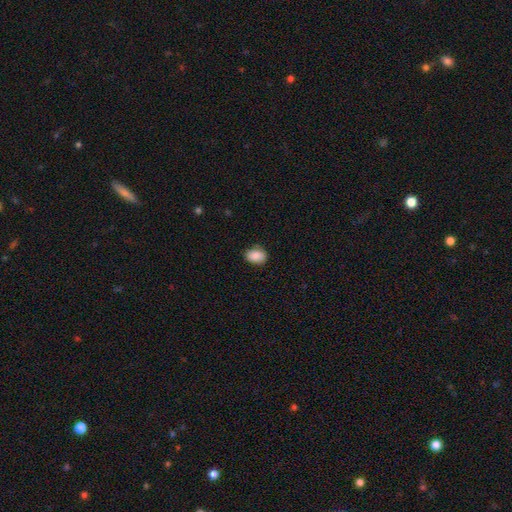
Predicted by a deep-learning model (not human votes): This is clearly a smooth galaxy (88%). How rounded: likely in between (77%). Merging: clearly none (81%).